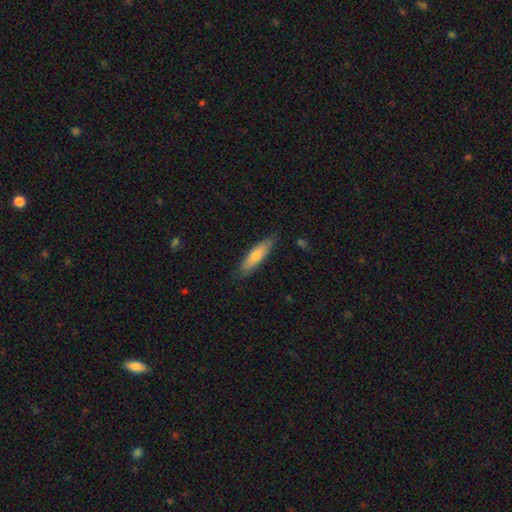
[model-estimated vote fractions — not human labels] A smooth galaxy with no disk features (68%) that is cigar-shaped (71%). Merging: none (83%).